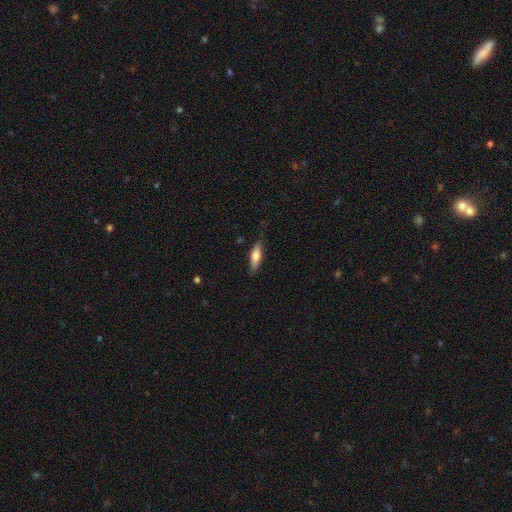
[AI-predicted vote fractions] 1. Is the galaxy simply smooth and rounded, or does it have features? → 69% smooth, 25% featured or disk, 6% star or artifact.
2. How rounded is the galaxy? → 49% cigar-shaped (tied), 49% in between (tied), 2% round.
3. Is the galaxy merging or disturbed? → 82% none, 15% minor disturbance, 2% major disturbance, 1% merger.